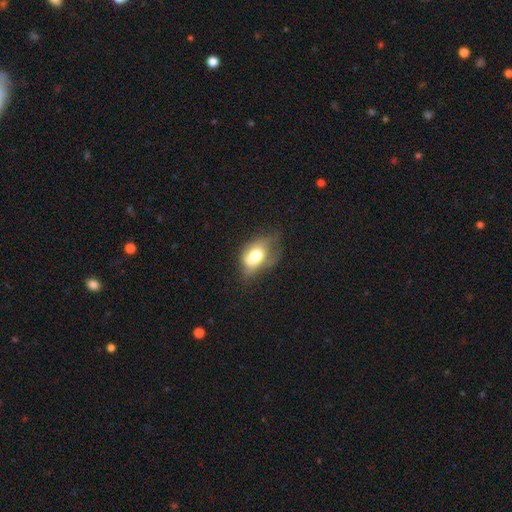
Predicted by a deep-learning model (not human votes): This appears to be a smooth galaxy with no disk features (66%) that is in between round and cigar-shaped (85%). Merging: minor disturbance (35%).